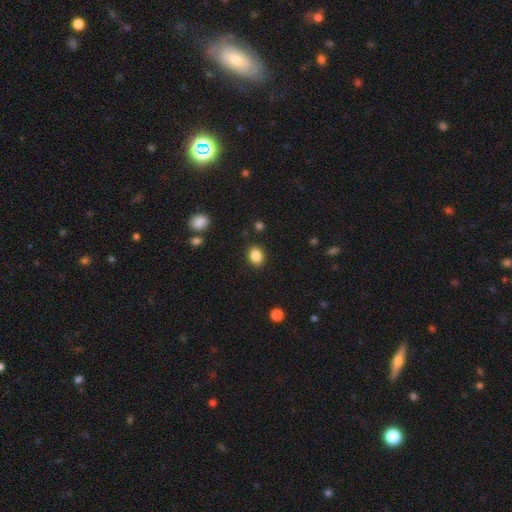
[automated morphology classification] A smooth galaxy with no disk features (86%) that is in between round and cigar-shaped (61%). Merging: none (88%).